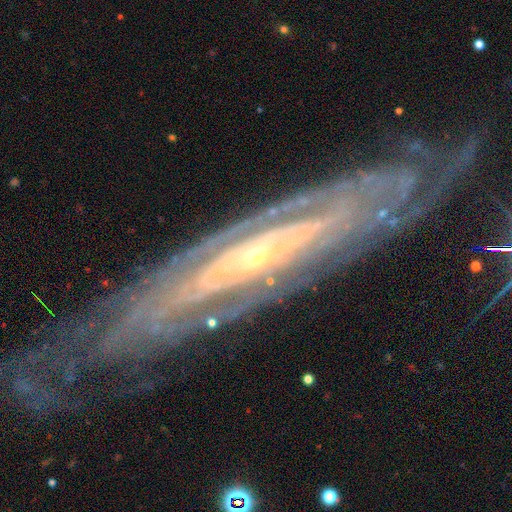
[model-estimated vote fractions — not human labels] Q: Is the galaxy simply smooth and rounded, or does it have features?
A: featured or disk — 86%.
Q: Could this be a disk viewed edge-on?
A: no — 61%.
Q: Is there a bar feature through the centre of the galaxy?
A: no — 42%.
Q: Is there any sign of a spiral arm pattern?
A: yes — 92%.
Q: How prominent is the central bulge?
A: small — 78%.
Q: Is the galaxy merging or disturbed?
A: none — 73%.